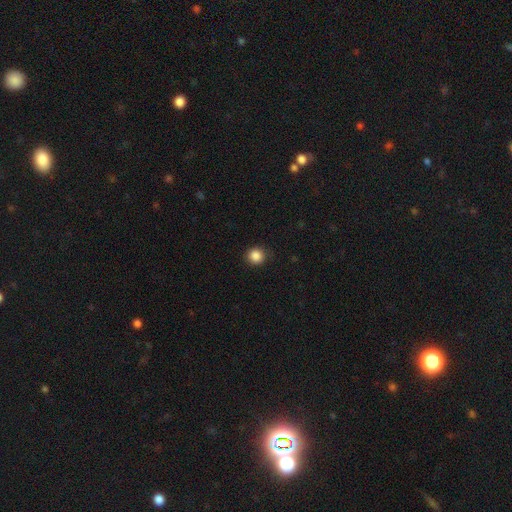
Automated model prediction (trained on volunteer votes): This is clearly a smooth galaxy (87%). How rounded: clearly round (91%). Merging: clearly none (89%).